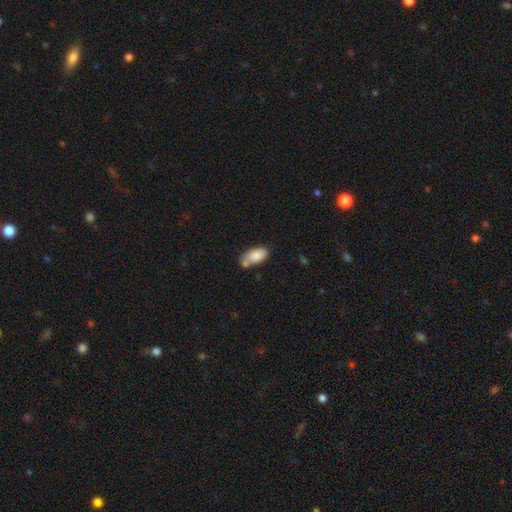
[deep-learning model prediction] A smooth galaxy with no disk features (83%) that is in between round and cigar-shaped (93%). Merging: none (50%).